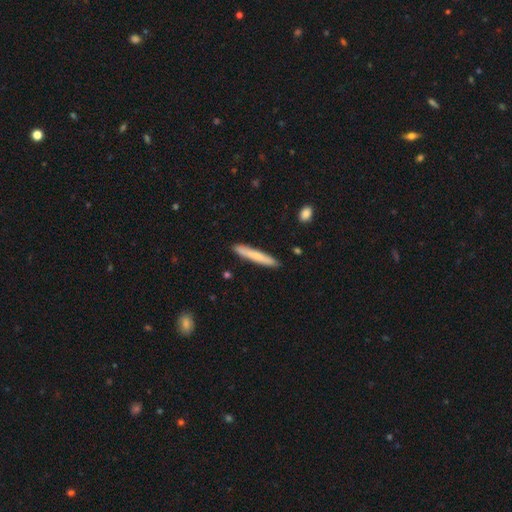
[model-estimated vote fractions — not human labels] Morphology: type=smooth (70%); roundness=cigar-shaped (95%); merging=none (89%).